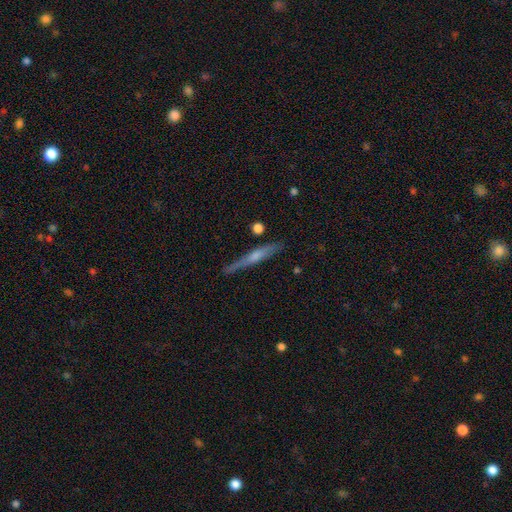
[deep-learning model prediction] featured or disk 57%, smooth 36%, star or artifact 7%. Down the decision tree: edge-on disk — yes (96%); edge-on bulge — rounded (56%); merging — none (80%).